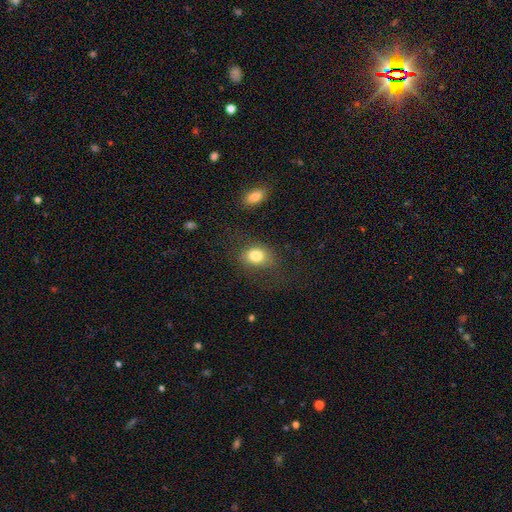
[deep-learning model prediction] smooth-or-featured: smooth: 83% | star or artifact: 9% | featured or disk: 8%
  how-rounded: in between: 59% | round: 40% | cigar-shaped: 1%
  merging: none: 65% | minor disturbance: 20% | major disturbance: 12% | merger: 3%